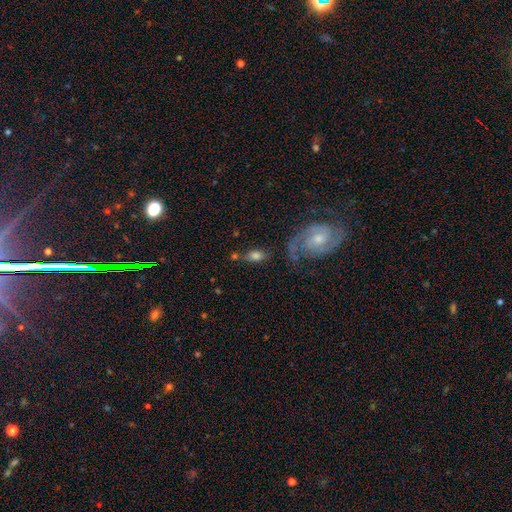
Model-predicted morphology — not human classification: This is likely a smooth galaxy (72%). How rounded: clearly in between (83%). Merging: possibly none (57%).